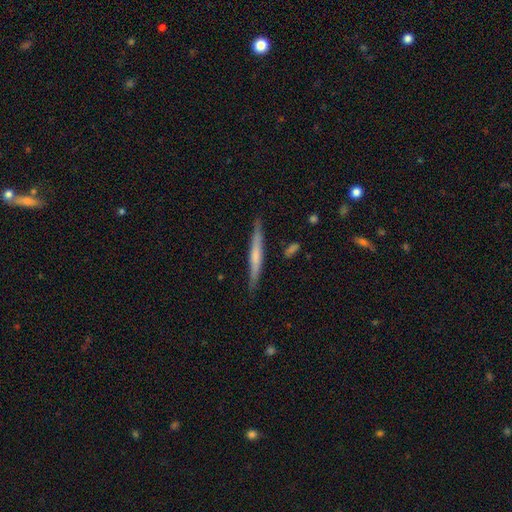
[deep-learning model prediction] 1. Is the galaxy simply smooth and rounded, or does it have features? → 50% featured or disk, 45% smooth, 5% star or artifact.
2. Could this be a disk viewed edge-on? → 96% yes, 4% no.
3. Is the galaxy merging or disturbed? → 86% none, 11% minor disturbance, 2% major disturbance, 2% merger.